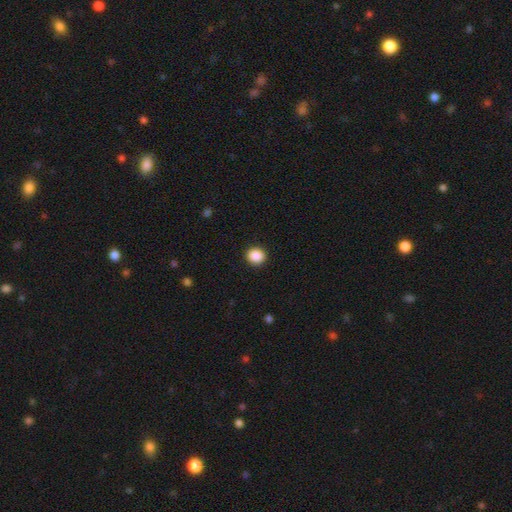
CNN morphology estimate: smooth_or_featured: smooth (p=0.89) [alt: star or artifact p=0.09]
how_rounded: round (p=0.80) [alt: in between p=0.19]
merging: none (p=0.91) [alt: minor disturbance p=0.06]